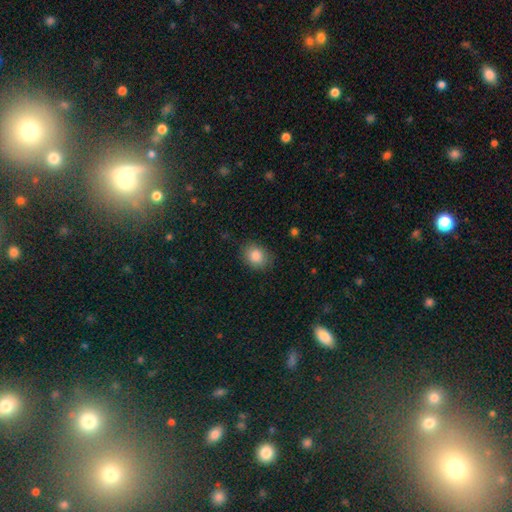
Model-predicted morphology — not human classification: Smooth or featured? smooth (85%)
How rounded? round (54%)
Merging? none (83%)